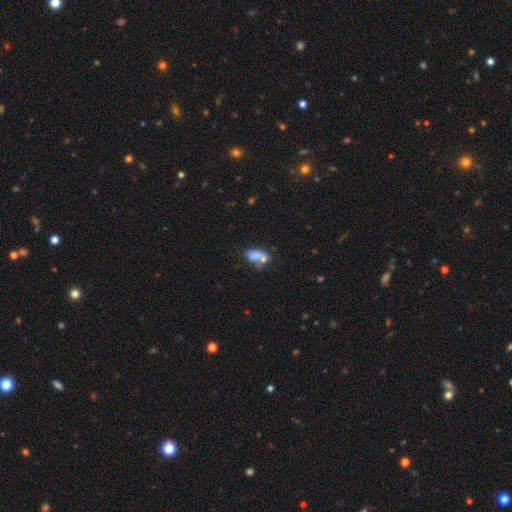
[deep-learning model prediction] Smooth or featured? Predicted: smooth (p=0.71). How rounded? Predicted: in between (p=0.86). Merging? Predicted: merger (p=0.40).